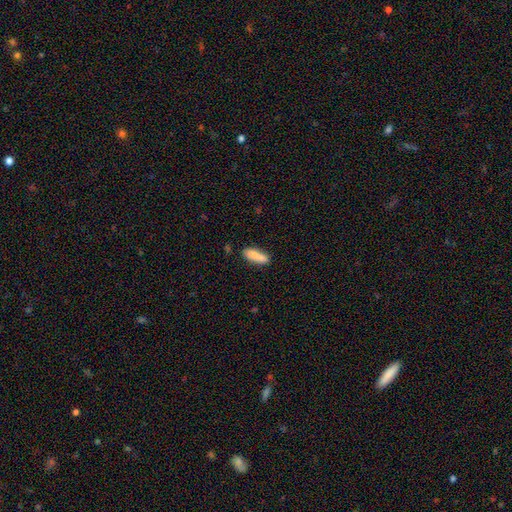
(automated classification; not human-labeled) Smooth or featured? Predicted: smooth (p=0.84). How rounded? Predicted: in between (p=0.57). Merging? Predicted: none (p=0.69).